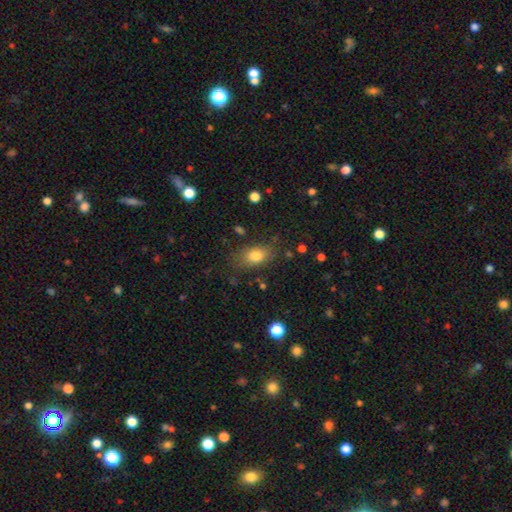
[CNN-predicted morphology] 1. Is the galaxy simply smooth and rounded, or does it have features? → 79% smooth, 11% featured or disk, 10% star or artifact.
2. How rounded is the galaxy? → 80% in between, 17% round, 3% cigar-shaped.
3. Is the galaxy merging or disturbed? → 76% none, 16% minor disturbance, 5% major disturbance, 2% merger.